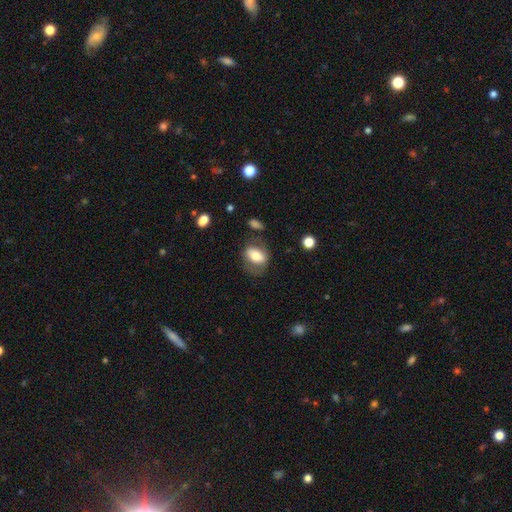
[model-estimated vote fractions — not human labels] This appears to be a smooth galaxy with no disk features (67%) that is in between round and cigar-shaped (80%). Merging: none (62%).